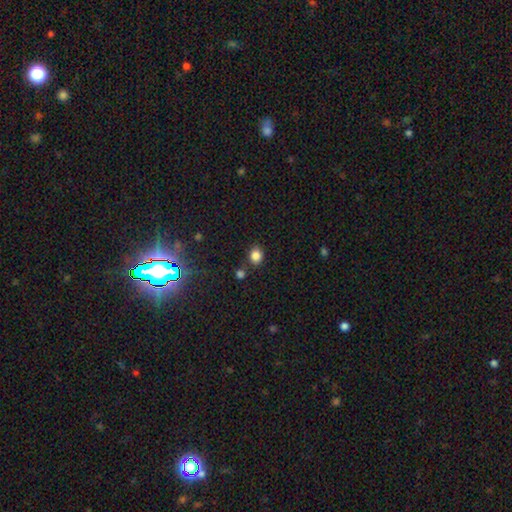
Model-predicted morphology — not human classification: smooth_or_featured: smooth (p=0.83) [alt: star or artifact p=0.13]
how_rounded: round (p=0.61) [alt: in between p=0.39]
merging: none (p=0.79) [alt: minor disturbance p=0.10]